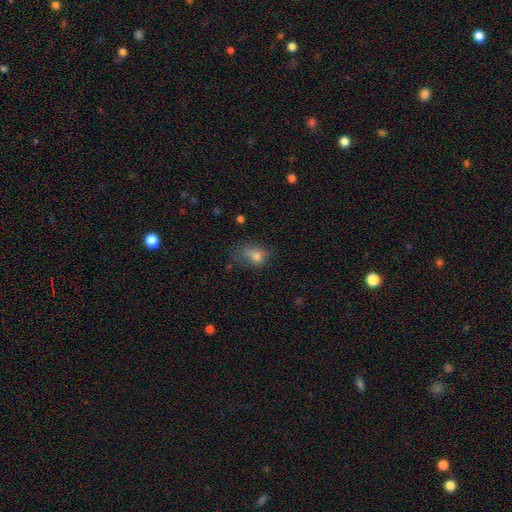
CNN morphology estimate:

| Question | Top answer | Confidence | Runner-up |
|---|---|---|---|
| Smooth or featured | smooth | 73% | star or artifact (14%) |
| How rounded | in between | 72% | round (26%) |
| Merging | none | 47% | minor disturbance (30%) |